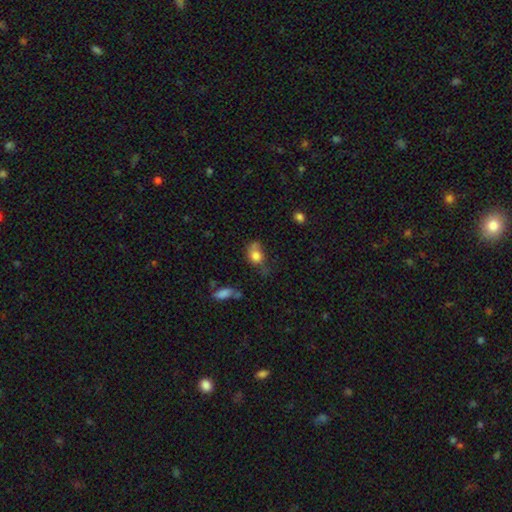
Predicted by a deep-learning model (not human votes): smooth_or_featured: smooth (p=0.77) [alt: featured or disk p=0.13]
how_rounded: in between (p=0.55) [alt: round p=0.43]
merging: none (p=0.35) [alt: minor disturbance p=0.31]